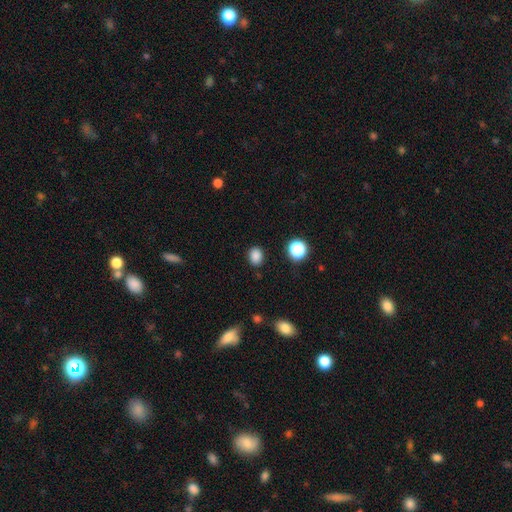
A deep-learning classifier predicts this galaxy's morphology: This appears to be a smooth galaxy with no disk features (84%) that is in between round and cigar-shaped (54%). Merging: none (87%).